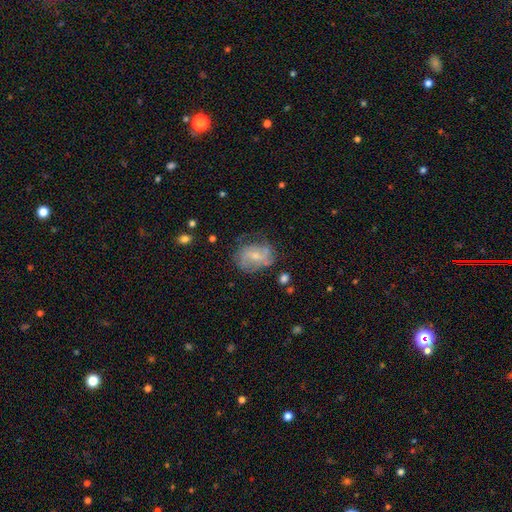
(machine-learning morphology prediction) Q: Smooth or featured?
A: featured or disk (54%); runner-up: smooth (37%)
Q: Edge-on disk?
A: no (96%); runner-up: yes (4%)
Q: Bar?
A: no (53%); runner-up: weak (38%)
Q: Spiral arms?
A: yes (62%); runner-up: no (38%)
Q: Bulge size?
A: small (58%); runner-up: moderate (34%)
Q: Merging?
A: none (53%); runner-up: minor disturbance (27%)